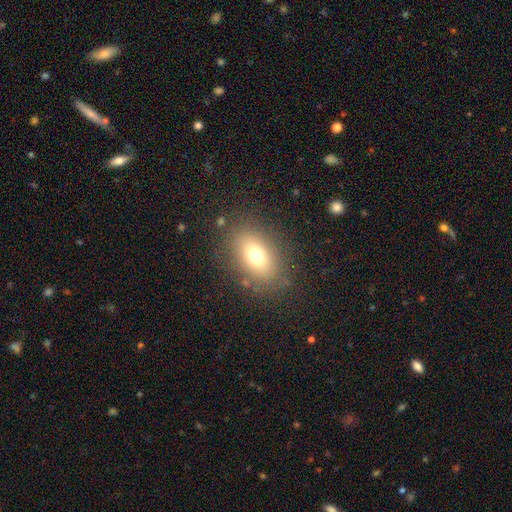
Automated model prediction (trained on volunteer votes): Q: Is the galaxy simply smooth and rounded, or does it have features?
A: smooth — 72%.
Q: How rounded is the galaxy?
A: in between — 82%.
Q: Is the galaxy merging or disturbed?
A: none — 82%.